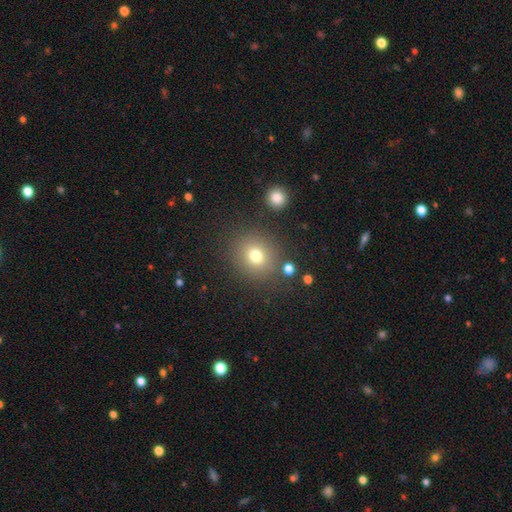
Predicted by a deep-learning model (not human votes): Morphology: type=smooth (75%); roundness=round (80%); merging=none (82%).